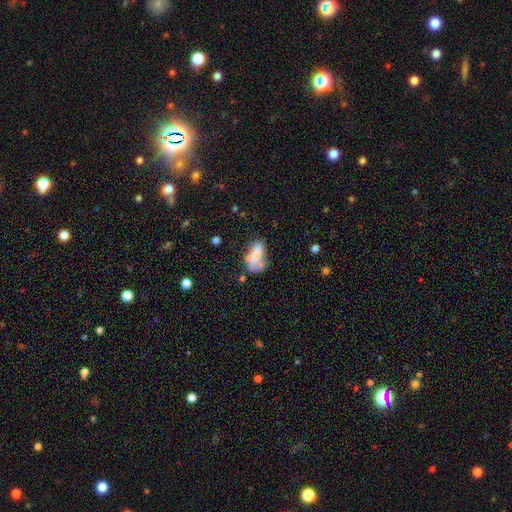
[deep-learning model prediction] smooth_or_featured: smooth (p=0.59) [alt: featured or disk p=0.33]
how_rounded: in between (p=0.87) [alt: round p=0.07]
merging: none (p=0.36) [alt: minor disturbance p=0.25]